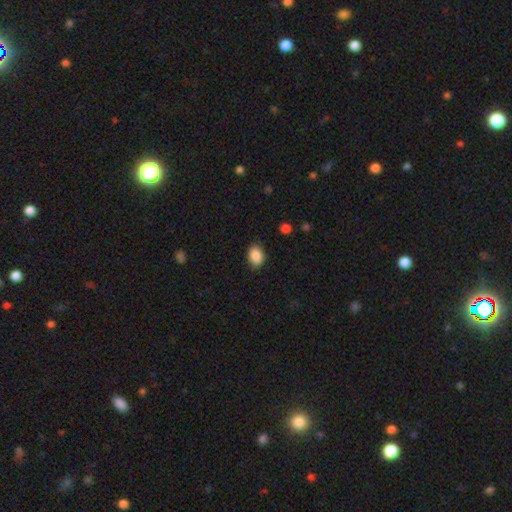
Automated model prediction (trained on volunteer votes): This appears to be a smooth galaxy with no disk features (89%) that is in between round and cigar-shaped (76%). Merging: none (85%).